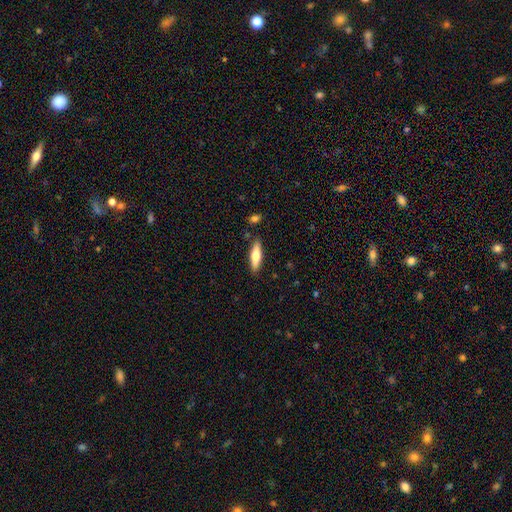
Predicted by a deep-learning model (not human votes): Q: Smooth or featured?
A: smooth (62%); runner-up: featured or disk (32%)
Q: How rounded?
A: cigar-shaped (60%); runner-up: in between (38%)
Q: Merging?
A: none (86%); runner-up: minor disturbance (10%)